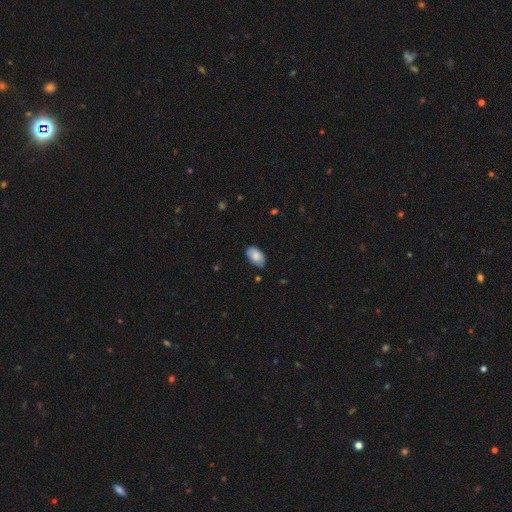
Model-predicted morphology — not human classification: This appears to be a smooth galaxy with no disk features (81%) that is in between round and cigar-shaped (95%). Merging: none (75%).